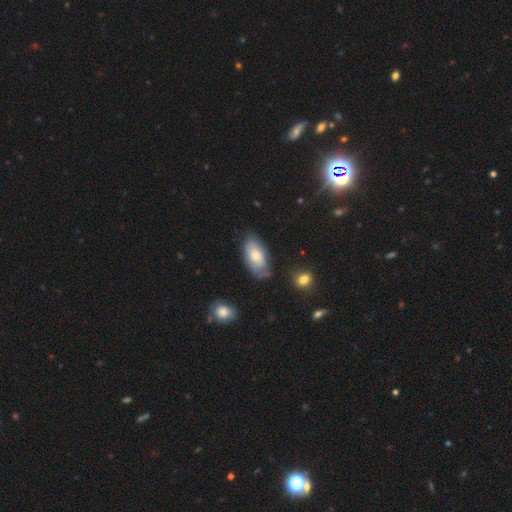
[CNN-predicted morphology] Smooth or featured? Predicted: smooth (p=0.69). How rounded? Predicted: in between (p=0.93). Merging? Predicted: none (p=0.64).